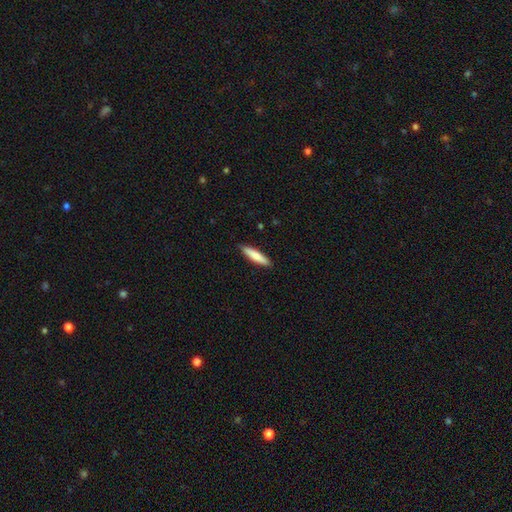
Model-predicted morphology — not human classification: Smooth or featured: smooth — 80% (featured or disk — 15%)
How rounded: cigar-shaped — 81% (in between — 18%)
Merging: none — 89% (minor disturbance — 8%)